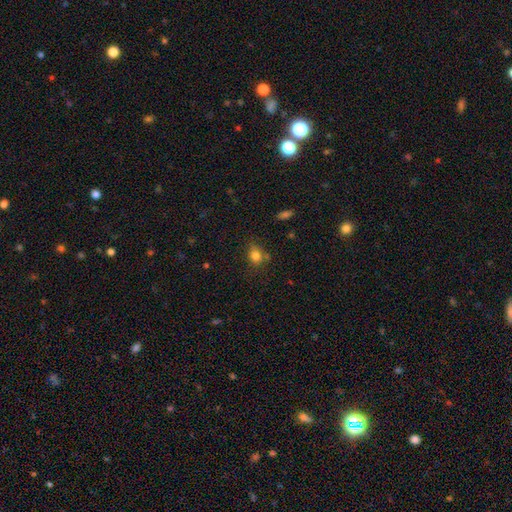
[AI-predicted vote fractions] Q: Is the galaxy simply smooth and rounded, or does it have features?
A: smooth — 80%.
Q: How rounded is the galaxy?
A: round — 51%.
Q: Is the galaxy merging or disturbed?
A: none — 65%.